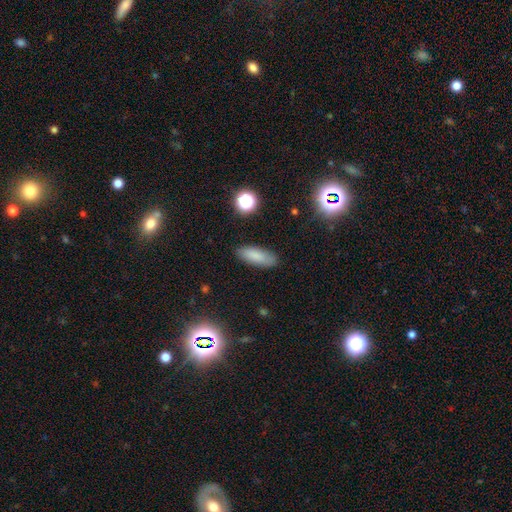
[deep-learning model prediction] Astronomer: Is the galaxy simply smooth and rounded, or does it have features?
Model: smooth — 83%.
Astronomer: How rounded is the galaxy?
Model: in between — 69%.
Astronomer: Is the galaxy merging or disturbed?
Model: none — 86%.